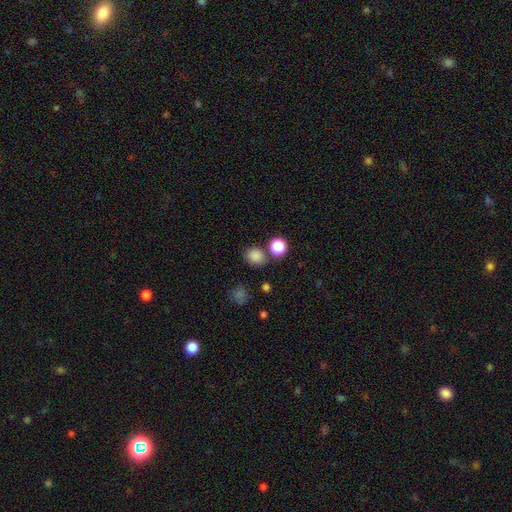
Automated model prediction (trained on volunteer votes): A smooth galaxy with no disk features (82%) that is round (66%).

Vote fractions:
- Smooth or featured? smooth: 82% / star or artifact: 13% / featured or disk: 4%
- How rounded? round: 66% / in between: 33% / cigar-shaped: 1%
- Merging? none: 77% / minor disturbance: 10% / merger: 10% / major disturbance: 3%